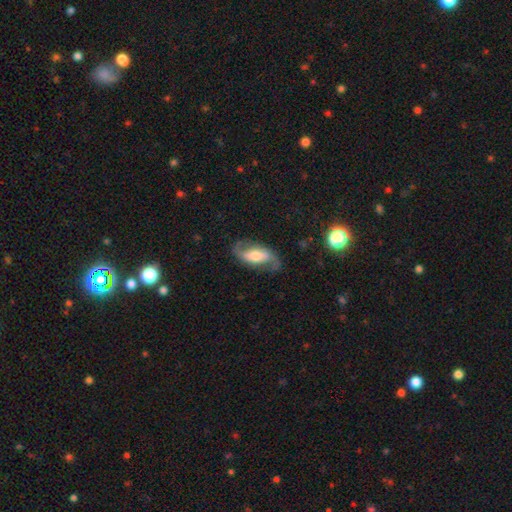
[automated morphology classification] This appears to be a featured or disk galaxy (76%) with a weak bar (34%, tied with no), 2 (91%) loose (53%) spiral arms (92%) and a moderate central bulge (47%). Merging: none (73%).